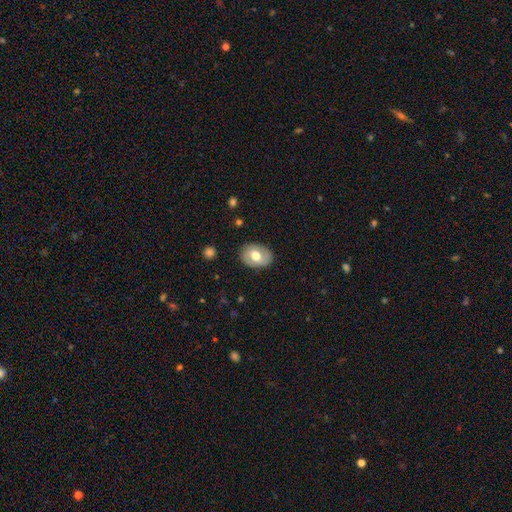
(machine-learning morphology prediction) Smooth or featured? smooth (56%)
How rounded? in between (72%)
Merging? none (83%)